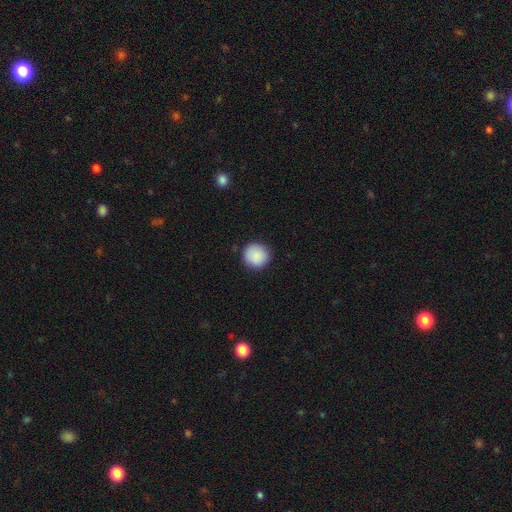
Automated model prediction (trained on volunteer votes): smooth_or_featured: smooth (p=0.89) [alt: star or artifact p=0.08]
how_rounded: round (p=0.93) [alt: in between p=0.06]
merging: none (p=0.89) [alt: minor disturbance p=0.08]